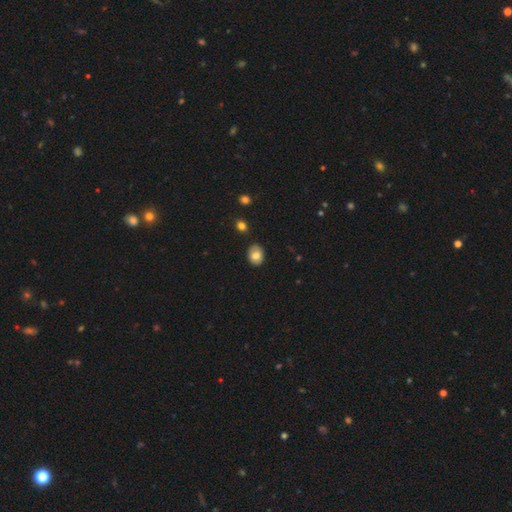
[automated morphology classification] Smooth or featured?
  - smooth: 79% *
  - featured or disk: 13%
  - star or artifact: 8%
How rounded?
  - in between: 61% *
  - round: 38%
  - cigar-shaped: 1%
Merging?
  - none: 82% *
  - minor disturbance: 14%
  - major disturbance: 2%
  - merger: 2%